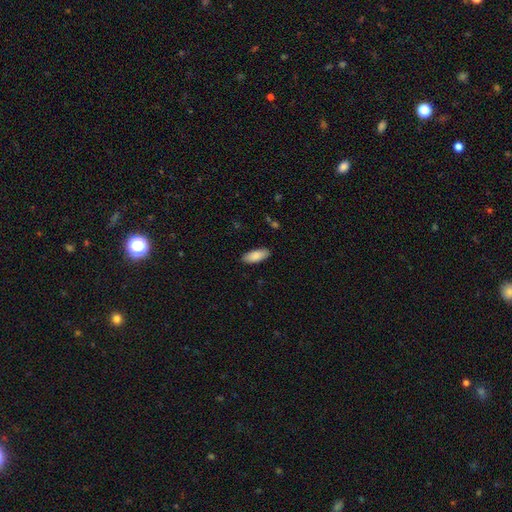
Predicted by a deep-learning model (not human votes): A smooth galaxy with no disk features (87%) that is in between round and cigar-shaped (80%). Merging: none (88%).